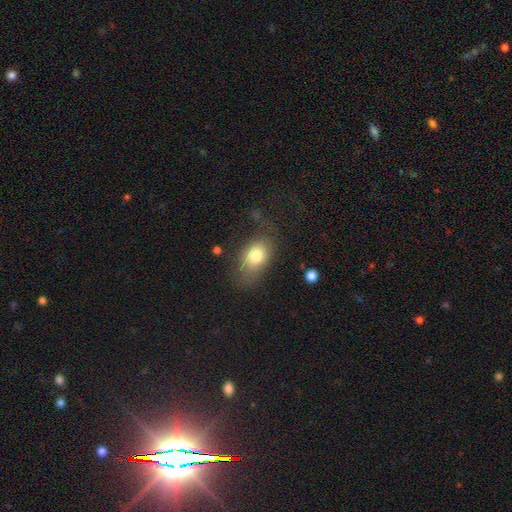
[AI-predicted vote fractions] Smooth or featured?
  - smooth: 77% *
  - featured or disk: 14%
  - star or artifact: 9%
How rounded?
  - in between: 82% *
  - round: 16%
  - cigar-shaped: 2%
Merging?
  - none: 62% *
  - minor disturbance: 22%
  - major disturbance: 13%
  - merger: 2%